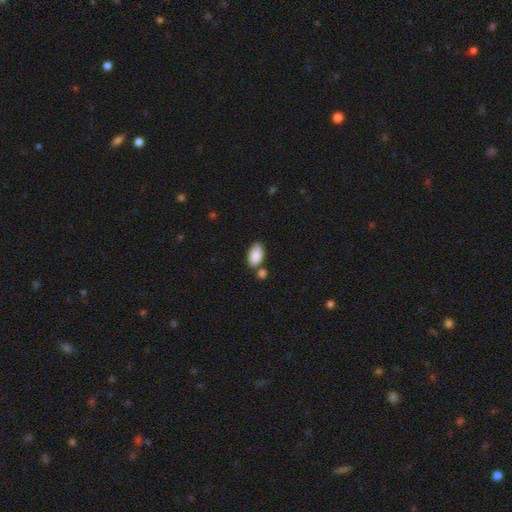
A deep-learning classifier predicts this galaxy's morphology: This is clearly a smooth galaxy (88%). How rounded: clearly in between (94%). Merging: likely none (66%).